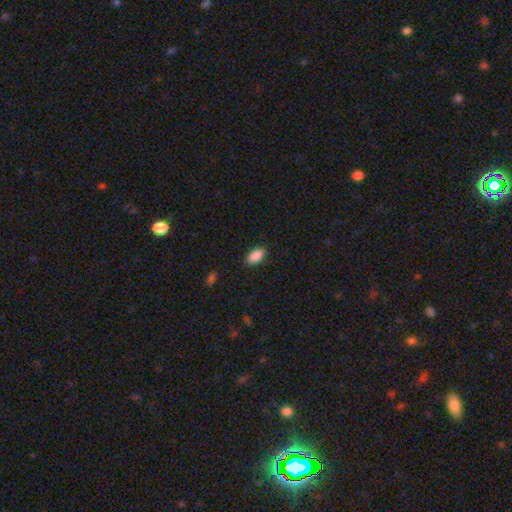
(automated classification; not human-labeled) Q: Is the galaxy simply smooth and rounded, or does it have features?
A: smooth — 89%.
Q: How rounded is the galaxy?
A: in between — 93%.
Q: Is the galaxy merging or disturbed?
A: none — 86%.